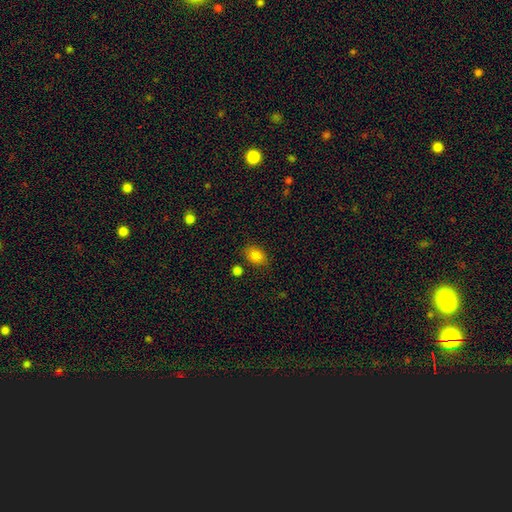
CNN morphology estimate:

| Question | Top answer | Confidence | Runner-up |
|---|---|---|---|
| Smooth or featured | smooth | 82% | star or artifact (10%) |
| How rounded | in between | 80% | round (19%) |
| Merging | none | 78% | minor disturbance (14%) |